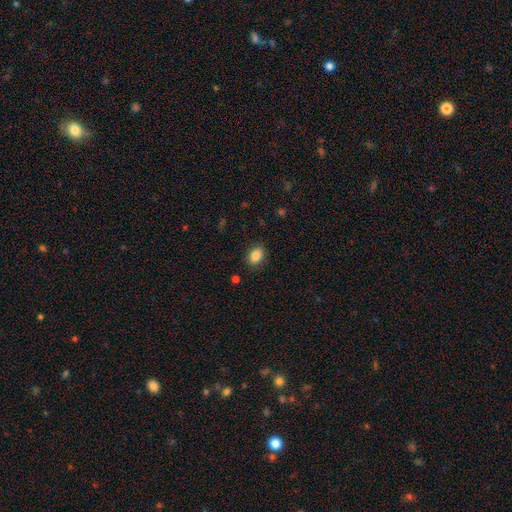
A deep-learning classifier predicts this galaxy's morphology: Q: Smooth or featured?
A: smooth (86%); runner-up: star or artifact (9%)
Q: How rounded?
A: in between (77%); runner-up: round (22%)
Q: Merging?
A: none (86%); runner-up: minor disturbance (10%)